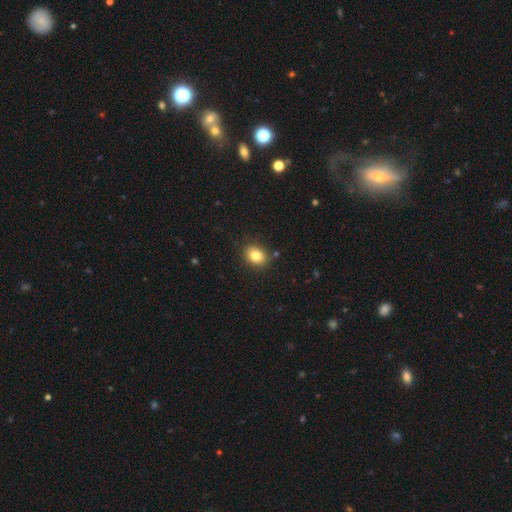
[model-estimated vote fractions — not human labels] Overall: smooth (82%). How rounded: in between (56%; round 43%). Merging: none (87%).